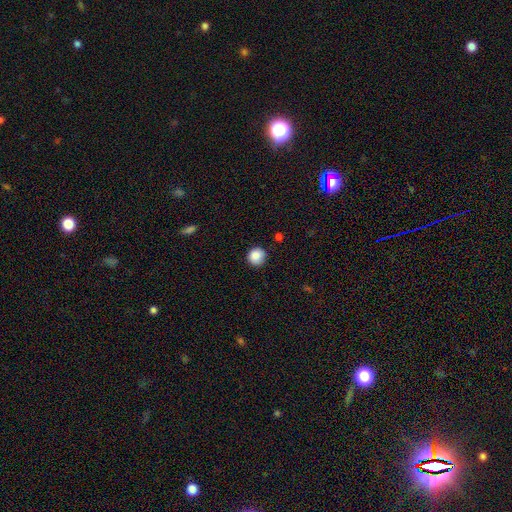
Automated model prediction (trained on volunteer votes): Smooth or featured?
  - smooth: 87% *
  - star or artifact: 9%
  - featured or disk: 4%
How rounded?
  - round: 92% *
  - in between: 7%
  - cigar-shaped: 1%
Merging?
  - none: 85% *
  - minor disturbance: 11%
  - major disturbance: 2%
  - merger: 1%